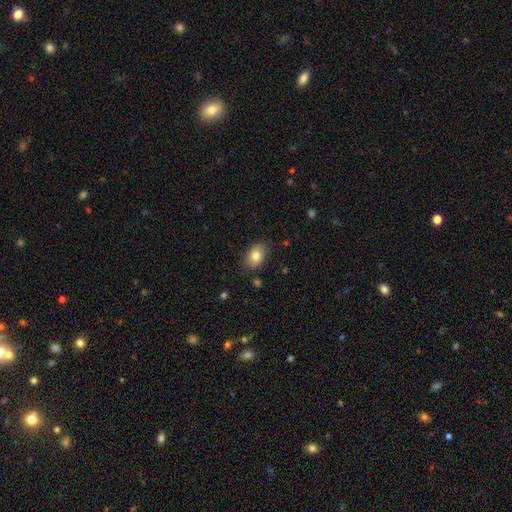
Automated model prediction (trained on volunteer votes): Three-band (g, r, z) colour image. It shows a smooth galaxy with no disk features (81%) that is in between round and cigar-shaped (82%). Merging: none (83%).